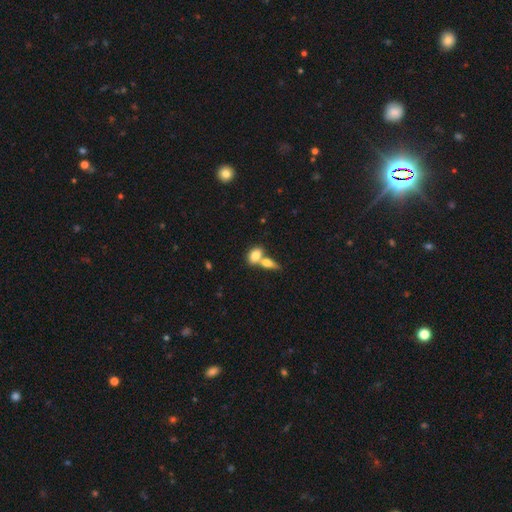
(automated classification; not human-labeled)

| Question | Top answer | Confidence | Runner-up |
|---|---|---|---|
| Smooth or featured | smooth | 79% | featured or disk (14%) |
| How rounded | in between | 82% | round (13%) |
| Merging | merger | 59% | none (30%) |